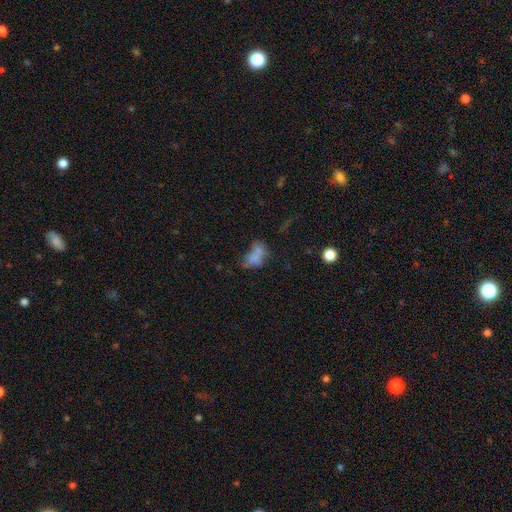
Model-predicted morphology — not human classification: smooth_or_featured: smooth (p=0.64) [alt: featured or disk p=0.22]
how_rounded: in between (p=0.81) [alt: round p=0.16]
merging: merger (p=0.38) [alt: none p=0.27]